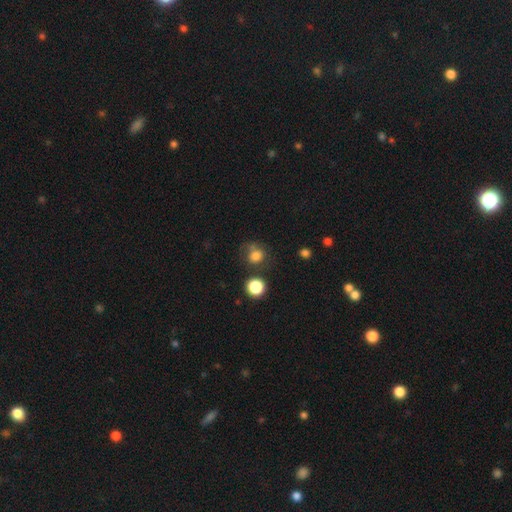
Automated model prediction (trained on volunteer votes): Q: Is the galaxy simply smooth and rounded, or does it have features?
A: smooth — 76%.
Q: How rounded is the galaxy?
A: round — 72%.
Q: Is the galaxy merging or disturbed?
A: none — 54%.